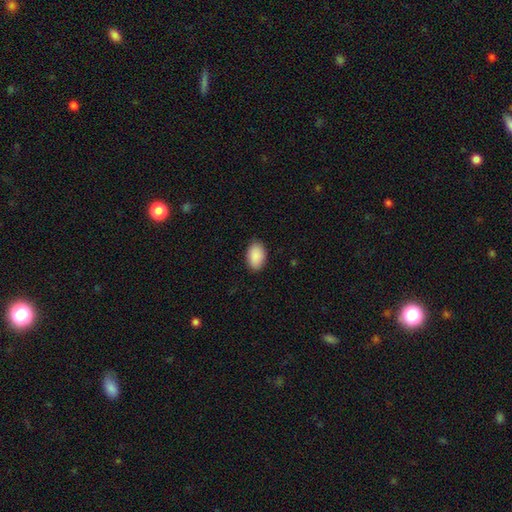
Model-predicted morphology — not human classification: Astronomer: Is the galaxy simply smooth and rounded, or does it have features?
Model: smooth — 91%.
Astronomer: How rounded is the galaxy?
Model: in between — 92%.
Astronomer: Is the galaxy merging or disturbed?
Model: none — 87%.